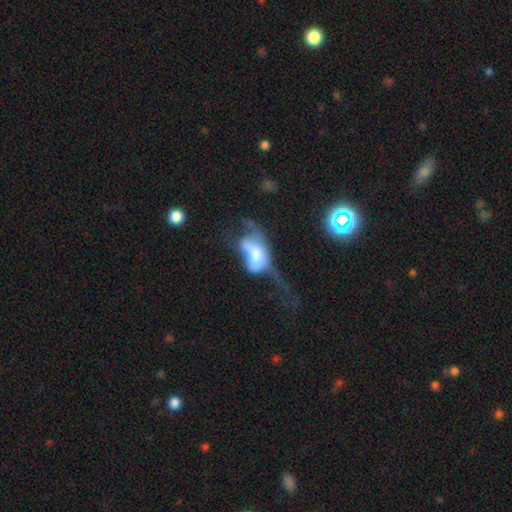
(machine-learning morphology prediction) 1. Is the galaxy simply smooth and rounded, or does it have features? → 49% smooth, 41% featured or disk, 10% star or artifact.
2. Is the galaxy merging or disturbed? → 56% major disturbance, 19% merger, 14% minor disturbance, 12% none.